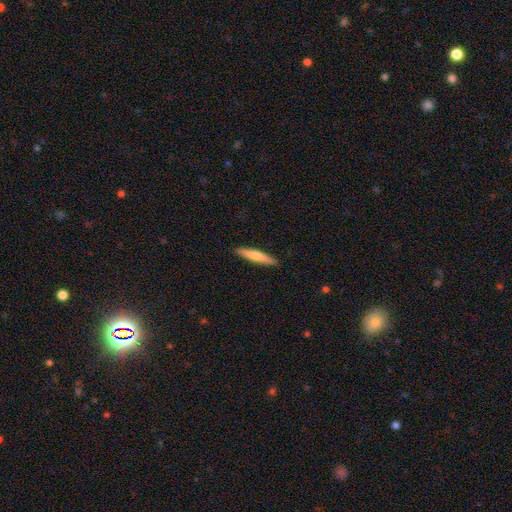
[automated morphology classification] type=smooth (69%); roundness=cigar-shaped (91%); merging=none (91%).